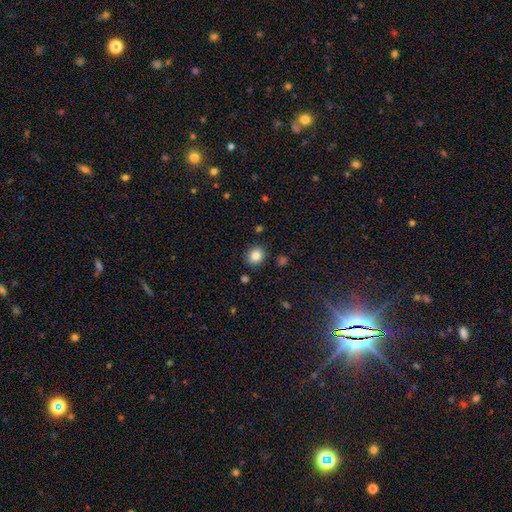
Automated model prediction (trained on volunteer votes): A smooth galaxy with no disk features (84%) that is round (73%). Merging: none (86%).